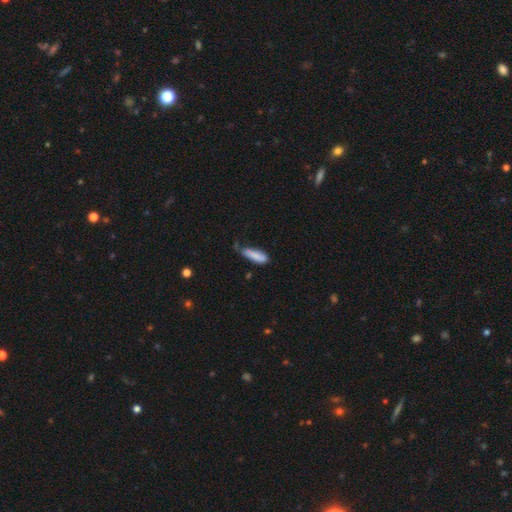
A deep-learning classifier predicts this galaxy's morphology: A smooth galaxy with no disk features (79%) that is in between round and cigar-shaped (51%).

Vote fractions:
- Smooth or featured? smooth: 79% / featured or disk: 14% / star or artifact: 7%
- How rounded? in between: 51% / cigar-shaped: 47% / round: 2%
- Merging? minor disturbance: 41% / none: 35% / major disturbance: 17% / merger: 6%